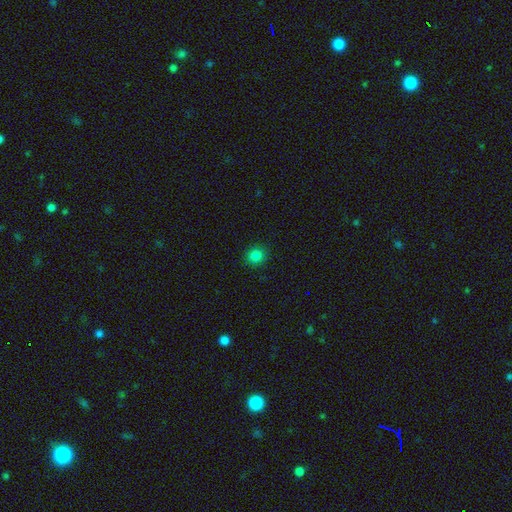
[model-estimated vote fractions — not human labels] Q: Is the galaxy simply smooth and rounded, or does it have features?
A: smooth — 83%.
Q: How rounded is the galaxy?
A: round — 87%.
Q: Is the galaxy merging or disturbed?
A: none — 91%.